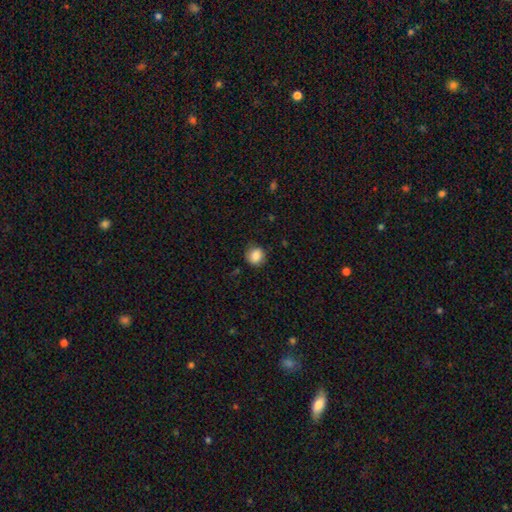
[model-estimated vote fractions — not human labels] Smooth or featured?
  - smooth: 86% *
  - star or artifact: 9%
  - featured or disk: 5%
How rounded?
  - round: 78% *
  - in between: 21%
  - cigar-shaped: 1%
Merging?
  - none: 78% *
  - minor disturbance: 17%
  - major disturbance: 4%
  - merger: 1%